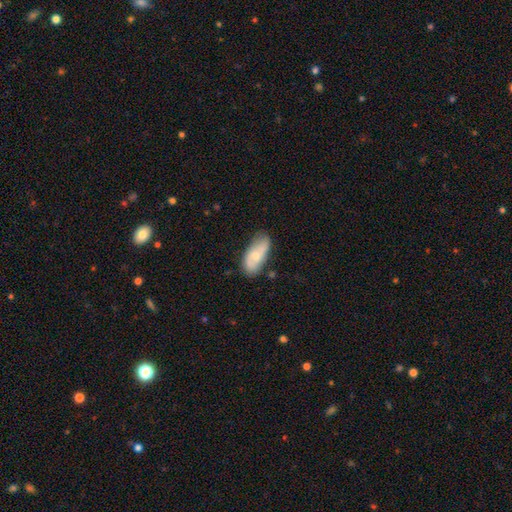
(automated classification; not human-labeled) Smooth or featured? Predicted: smooth (p=0.59). How rounded? Predicted: in between (p=0.88). Merging? Predicted: none (p=0.64).